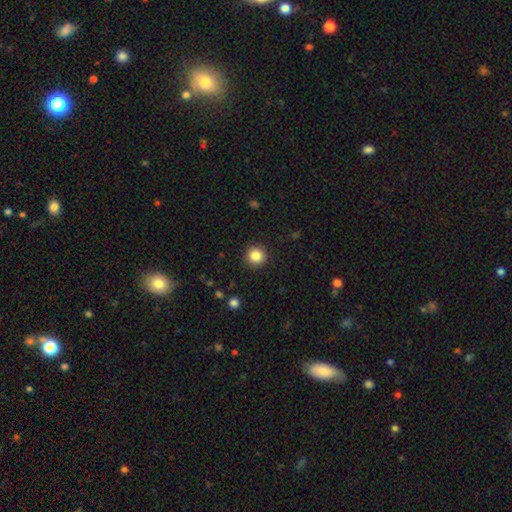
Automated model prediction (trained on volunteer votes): Smooth or featured: smooth — 85% (star or artifact — 10%)
How rounded: round — 95% (in between — 4%)
Merging: none — 92% (minor disturbance — 5%)